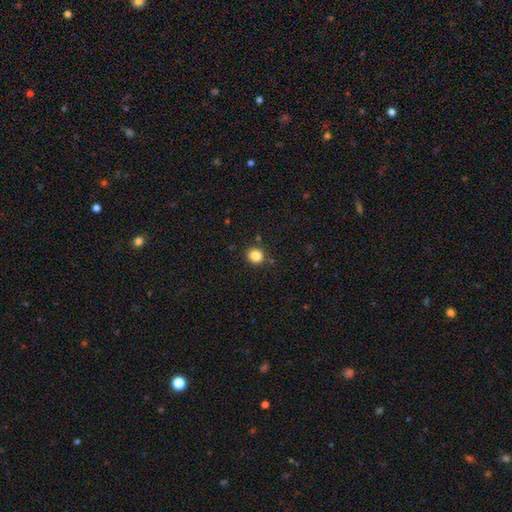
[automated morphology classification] Smooth or featured? smooth (85%)
How rounded? round (86%)
Merging? none (86%)